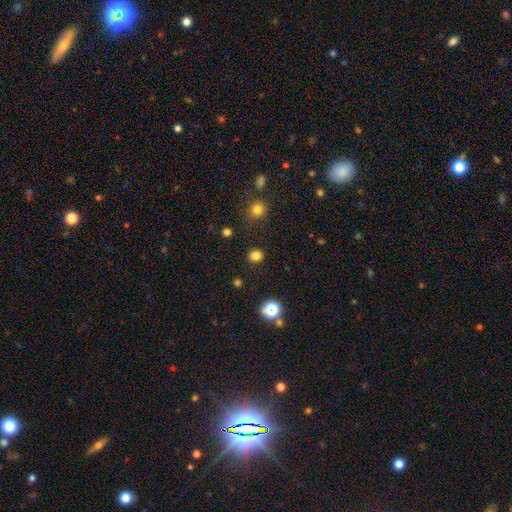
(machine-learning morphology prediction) Smooth or featured: smooth — 80% (star or artifact — 16%)
How rounded: round — 77% (in between — 22%)
Merging: none — 88% (minor disturbance — 7%)